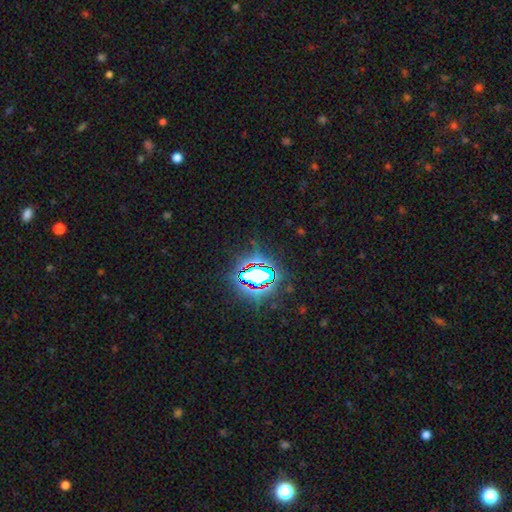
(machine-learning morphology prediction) star or artifact 84%, smooth 10%, featured or disk 6%.